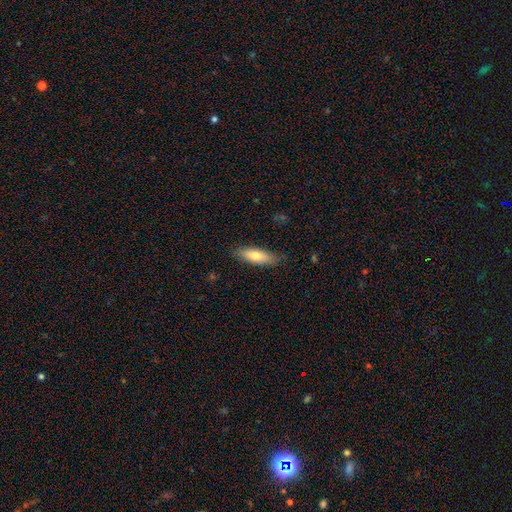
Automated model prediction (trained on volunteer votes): A smooth galaxy with no disk features (73%) that is in between round and cigar-shaped (57%). Merging: none (83%).